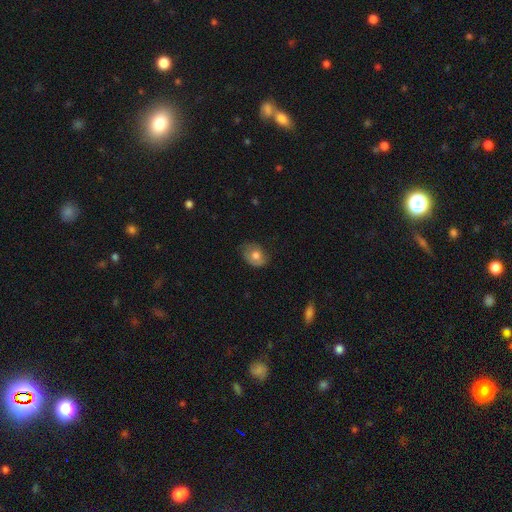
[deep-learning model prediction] Overall: smooth (72%). How rounded: in between (63%; round 36%). Merging: none (65%; minor disturbance 27%).